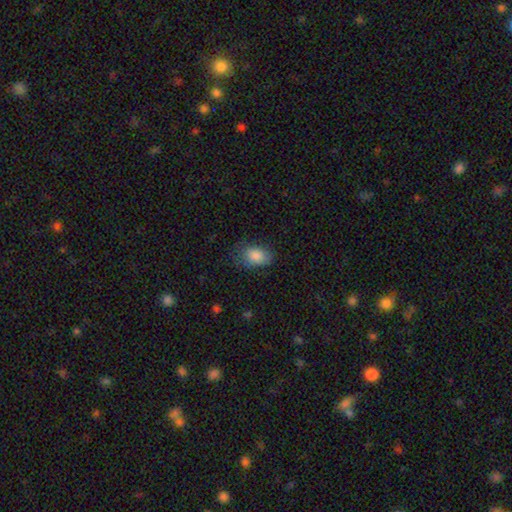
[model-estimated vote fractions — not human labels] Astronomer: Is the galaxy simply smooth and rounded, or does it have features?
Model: smooth — 86%.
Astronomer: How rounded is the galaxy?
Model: in between — 85%.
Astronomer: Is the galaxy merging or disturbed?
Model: none — 65%.